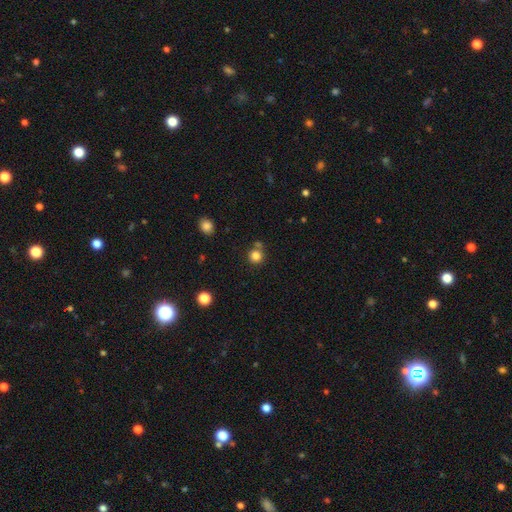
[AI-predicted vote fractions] Q: Smooth or featured?
A: smooth (82%); runner-up: star or artifact (13%)
Q: How rounded?
A: round (92%); runner-up: in between (7%)
Q: Merging?
A: none (71%); runner-up: merger (16%)